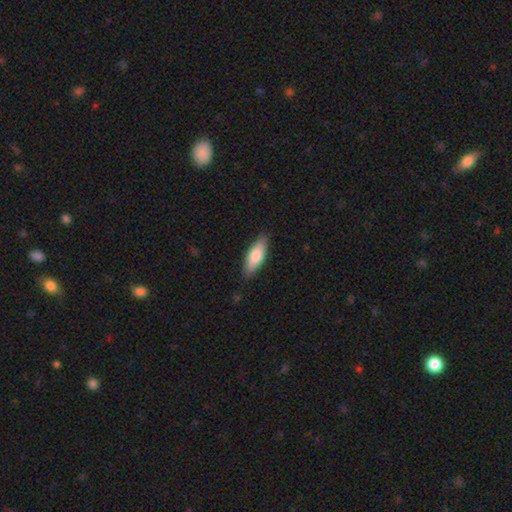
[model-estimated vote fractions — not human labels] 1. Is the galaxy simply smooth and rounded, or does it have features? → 76% smooth, 19% featured or disk, 6% star or artifact.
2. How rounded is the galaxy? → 63% in between, 35% cigar-shaped, 2% round.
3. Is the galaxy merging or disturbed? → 84% none, 12% minor disturbance, 2% major disturbance, 1% merger.